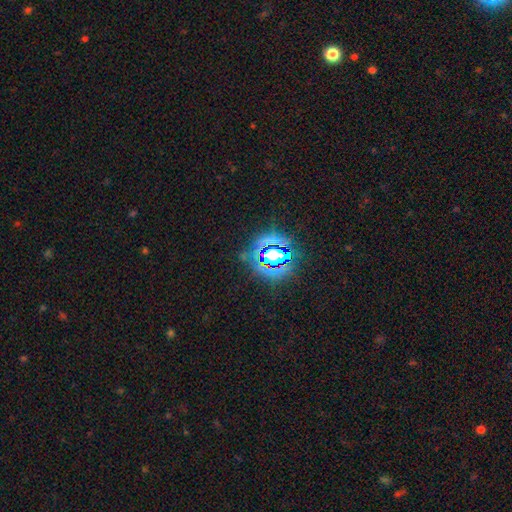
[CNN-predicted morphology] smooth_or_featured: star or artifact (p=0.81) [alt: smooth p=0.12]